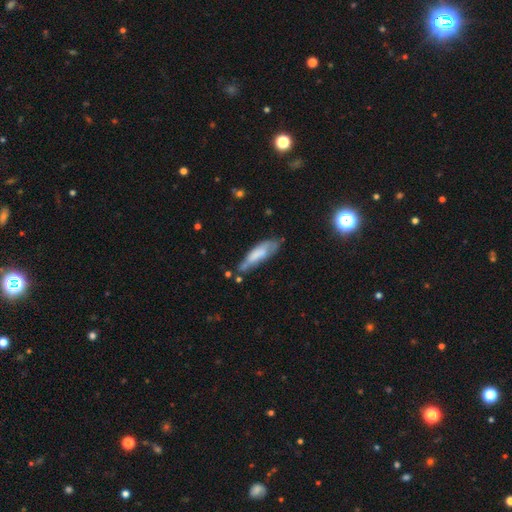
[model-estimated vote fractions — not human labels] This appears to be a smooth galaxy with no disk features (56%) that is cigar-shaped (57%). Merging: none (52%).